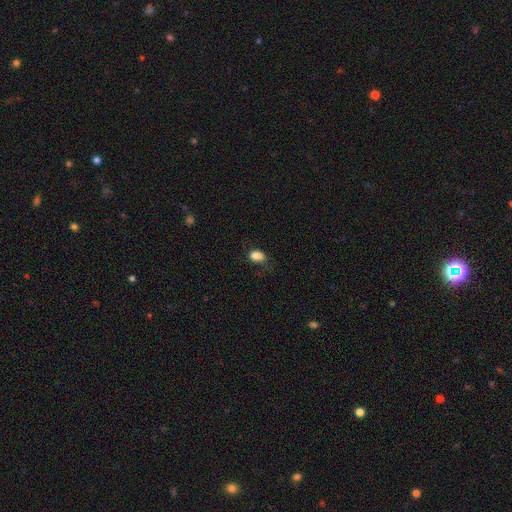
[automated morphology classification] A smooth galaxy with no disk features (85%) that is in between round and cigar-shaped (83%). Merging: none (64%).